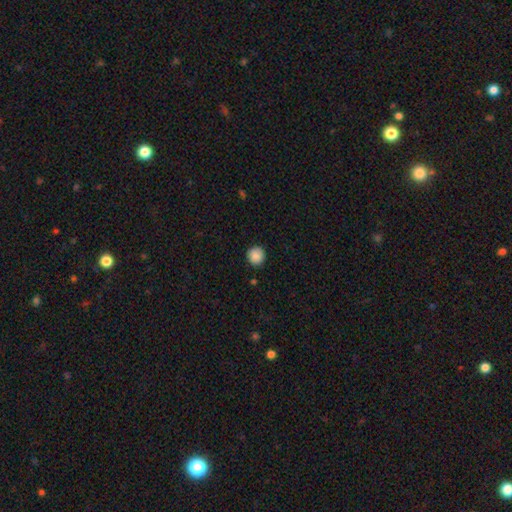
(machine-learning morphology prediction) Smooth or featured?
  - smooth: 88% *
  - star or artifact: 9%
  - featured or disk: 3%
How rounded?
  - round: 92% *
  - in between: 7%
  - cigar-shaped: 1%
Merging?
  - none: 89% *
  - minor disturbance: 8%
  - major disturbance: 2%
  - merger: 1%